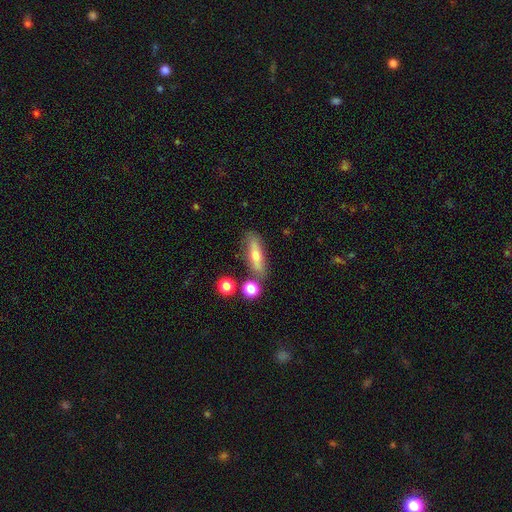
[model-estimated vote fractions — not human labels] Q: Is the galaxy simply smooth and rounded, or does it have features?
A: smooth — 56%.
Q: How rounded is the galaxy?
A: cigar-shaped — 61%.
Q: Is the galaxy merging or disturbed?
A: none — 72%.